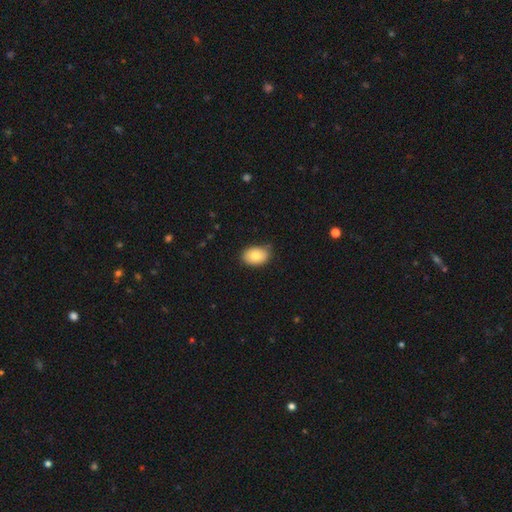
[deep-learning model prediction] smooth_or_featured: smooth (p=0.82) [alt: featured or disk p=0.11]
how_rounded: in between (p=0.84) [alt: round p=0.15]
merging: none (p=0.80) [alt: minor disturbance p=0.17]